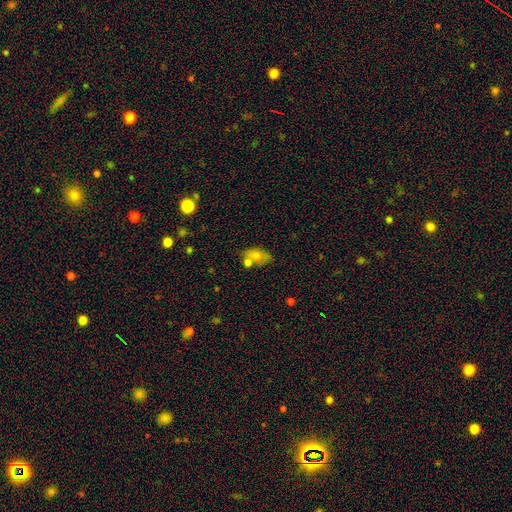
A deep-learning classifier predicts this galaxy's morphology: Smooth or featured? Predicted: smooth (p=0.74). How rounded? Predicted: in between (p=0.87). Merging? Predicted: none (p=0.55).